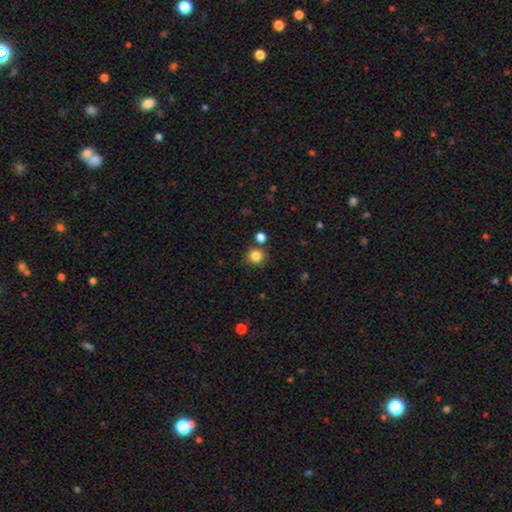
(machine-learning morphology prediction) A smooth galaxy with no disk features (84%) that is round (90%). Merging: none (80%).